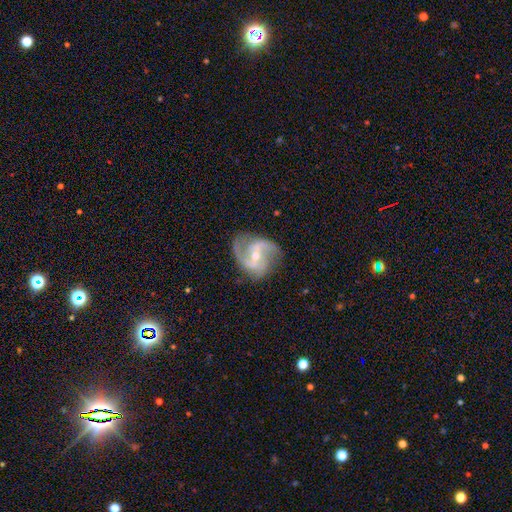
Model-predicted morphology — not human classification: smooth-or-featured: featured or disk: 88% | smooth: 6% | star or artifact: 6%
  disk-edge-on: no: 98% | yes: 2%
    bar: weak: 43% | no: 32% | strong: 25%
    has-spiral-arms: yes: 96% | no: 4%
      spiral-winding: medium: 47% | loose: 39% | tight: 14%
      spiral-arm-count: 2: 64% | 3: 20% | can't tell: 7% | 1: 3% | 4: 3% | more than 4: 3%
    bulge-size: small: 56% | moderate: 41% | large: 1% | none: 1% | dominant: 1%
  merging: none: 69% | minor disturbance: 20% | major disturbance: 9% | merger: 2%